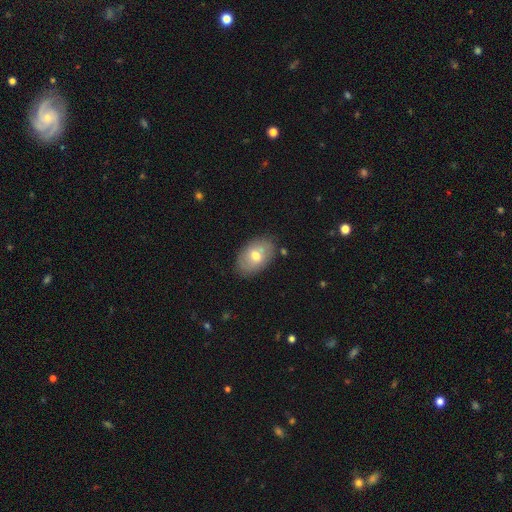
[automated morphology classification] smooth_or_featured: smooth (p=0.62) [alt: featured or disk p=0.31]
how_rounded: in between (p=0.87) [alt: round p=0.12]
merging: none (p=0.81) [alt: minor disturbance p=0.14]